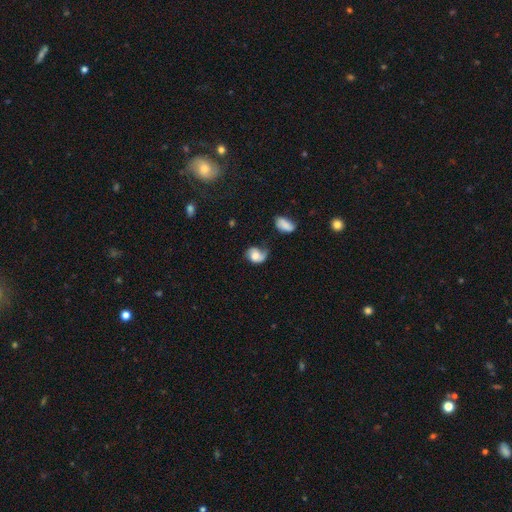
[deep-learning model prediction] This appears to be a featured or disk galaxy (50%). Merging: none (40%).